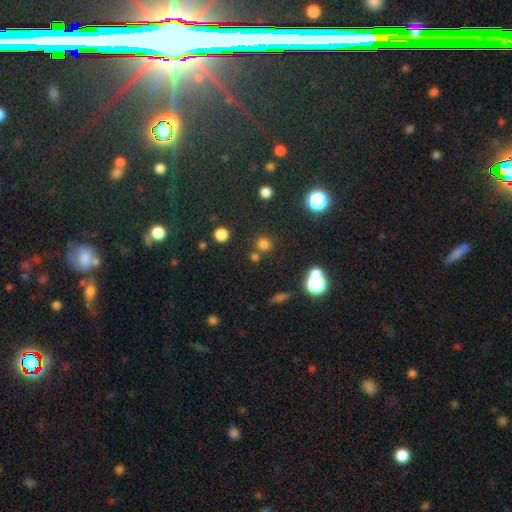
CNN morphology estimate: type=smooth (56%); roundness=round (90%); merging=none (77%).